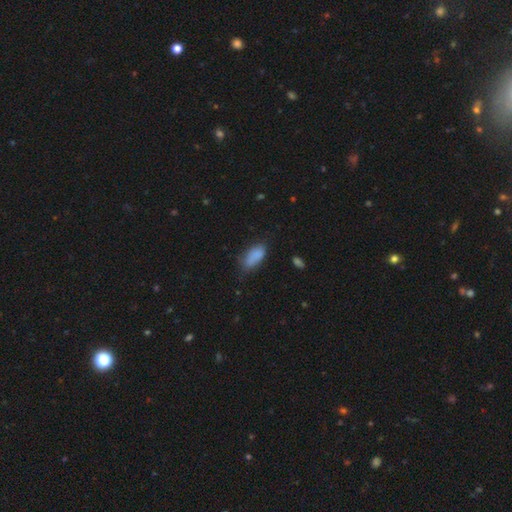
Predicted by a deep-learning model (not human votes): A smooth galaxy with no disk features (83%) that is in between round and cigar-shaped (87%). Merging: none (52%).